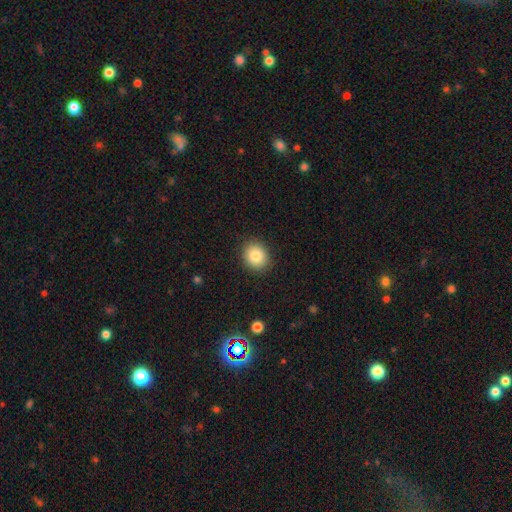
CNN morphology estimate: Overall: smooth (83%). How rounded: round (74%). Merging: none (89%).